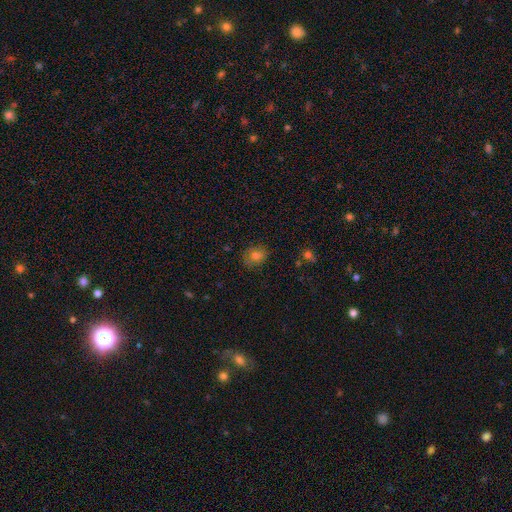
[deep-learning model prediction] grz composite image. It shows a smooth galaxy with no disk features (74%) that is round (52%). Merging: none (81%).